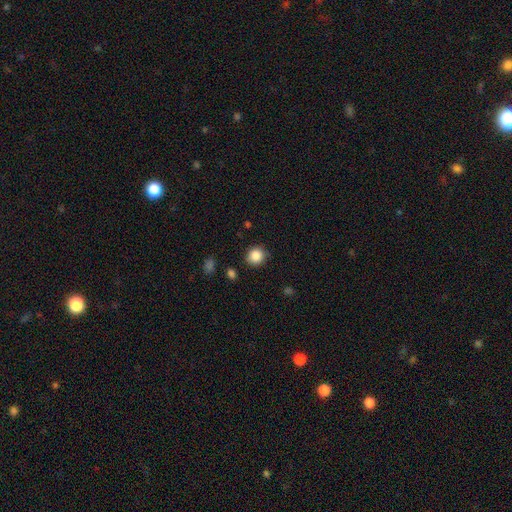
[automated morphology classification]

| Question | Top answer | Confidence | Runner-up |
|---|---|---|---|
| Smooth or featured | smooth | 87% | star or artifact (10%) |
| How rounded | round | 85% | in between (14%) |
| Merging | none | 86% | minor disturbance (9%) |